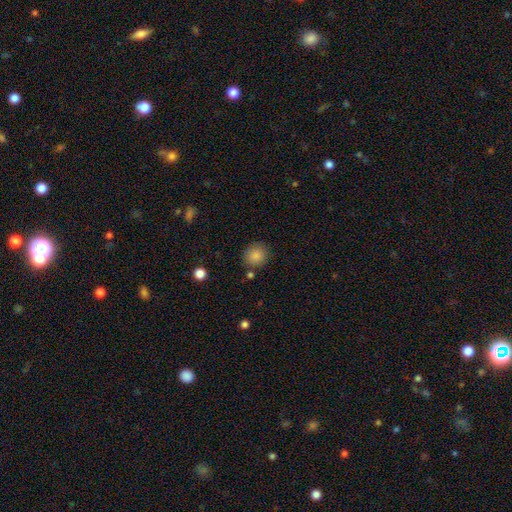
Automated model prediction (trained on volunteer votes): Smooth or featured: smooth — 87% (star or artifact — 9%)
How rounded: round — 87% (in between — 13%)
Merging: none — 83% (minor disturbance — 9%)